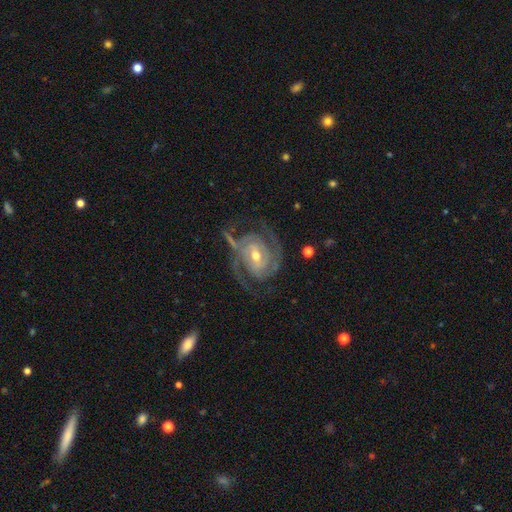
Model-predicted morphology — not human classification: This appears to be a featured or disk galaxy (92%) with a weak bar (44%), 2 (67%) tight (56%) spiral arms (98%) and a moderate central bulge (59%). Merging: none (70%).